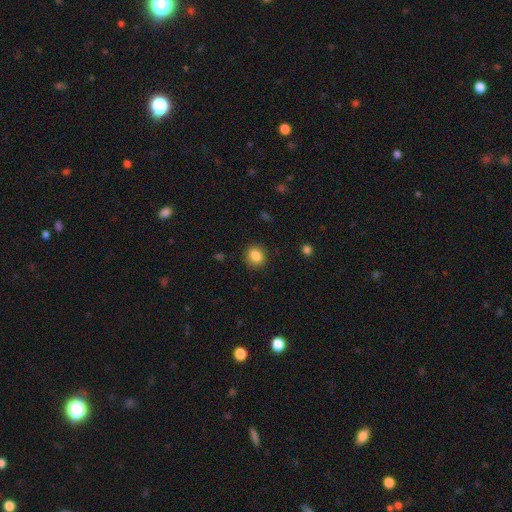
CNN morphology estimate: Smooth or featured? Predicted: smooth (p=0.85). How rounded? Predicted: round (p=0.71). Merging? Predicted: none (p=0.88).